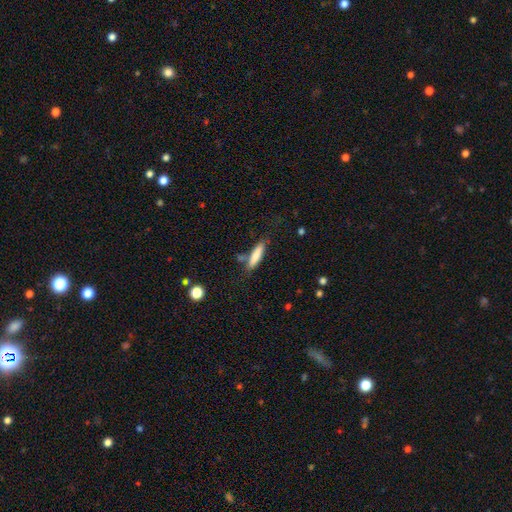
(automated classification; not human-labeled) A smooth galaxy with no disk features (78%) that is cigar-shaped (71%).

Vote fractions:
- Smooth or featured? smooth: 78% / featured or disk: 16% / star or artifact: 6%
- How rounded? cigar-shaped: 71% / in between: 27% / round: 2%
- Merging? none: 70% / minor disturbance: 17% / merger: 8% / major disturbance: 5%